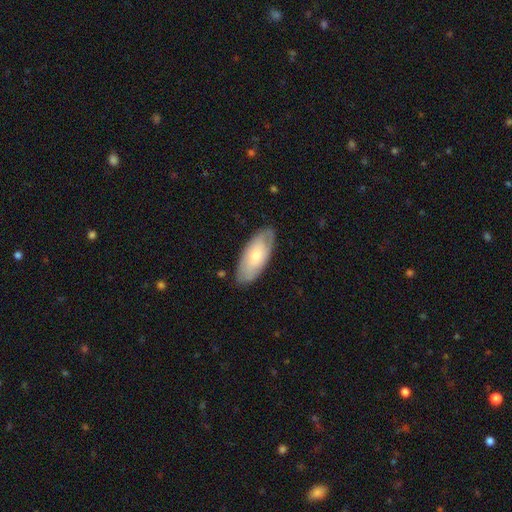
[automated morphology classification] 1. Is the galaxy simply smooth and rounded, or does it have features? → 54% smooth, 41% featured or disk, 6% star or artifact.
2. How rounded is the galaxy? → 85% in between, 13% cigar-shaped, 2% round.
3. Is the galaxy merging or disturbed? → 79% none, 16% minor disturbance, 3% major disturbance, 1% merger.